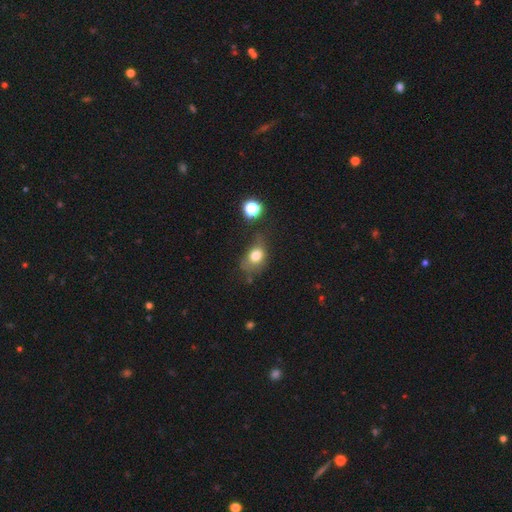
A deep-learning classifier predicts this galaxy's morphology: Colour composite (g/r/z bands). It shows a smooth galaxy with no disk features (74%) that is in between round and cigar-shaped (56%). Merging: none (41%).